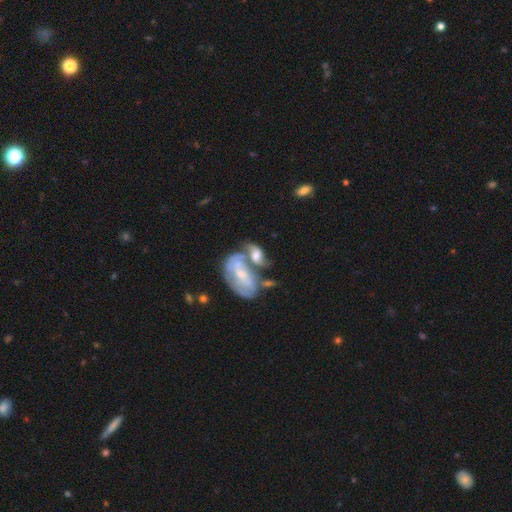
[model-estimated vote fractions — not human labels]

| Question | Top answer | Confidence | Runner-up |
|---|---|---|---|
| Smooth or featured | featured or disk | 66% | smooth (27%) |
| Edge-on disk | no | 94% | yes (6%) |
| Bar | no | 60% | weak (31%) |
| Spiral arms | yes | 78% | no (22%) |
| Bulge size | moderate | 39% | small (28%) |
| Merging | merger | 59% | none (18%) |